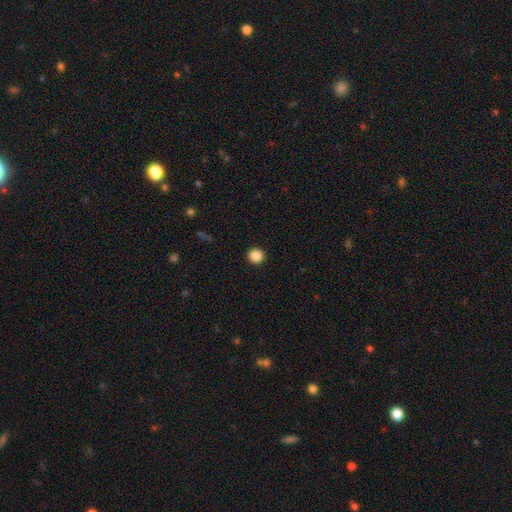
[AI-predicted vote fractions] Smooth or featured: smooth — 87% (star or artifact — 10%)
How rounded: round — 93% (in between — 7%)
Merging: none — 93% (minor disturbance — 4%)